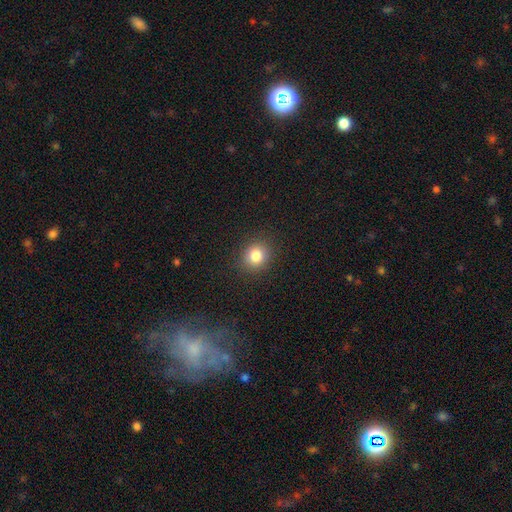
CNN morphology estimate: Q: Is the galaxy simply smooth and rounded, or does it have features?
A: smooth — 82%.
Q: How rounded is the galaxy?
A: round — 80%.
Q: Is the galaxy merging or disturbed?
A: none — 89%.